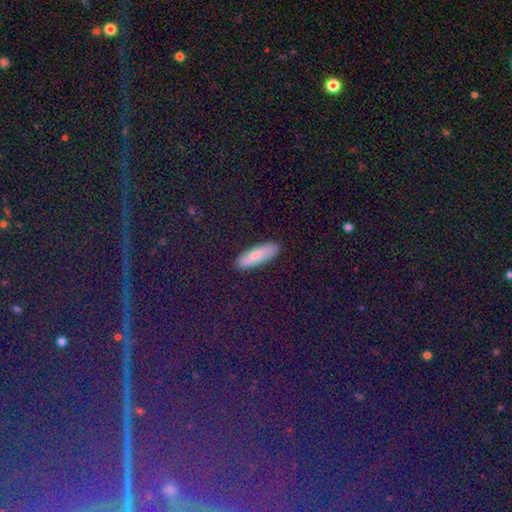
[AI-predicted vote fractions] smooth-or-featured: smooth: 70% | featured or disk: 18% | star or artifact: 12%
  how-rounded: cigar-shaped: 53% | in between: 43% | round: 4%
  merging: none: 89% | minor disturbance: 8% | major disturbance: 2% | merger: 1%